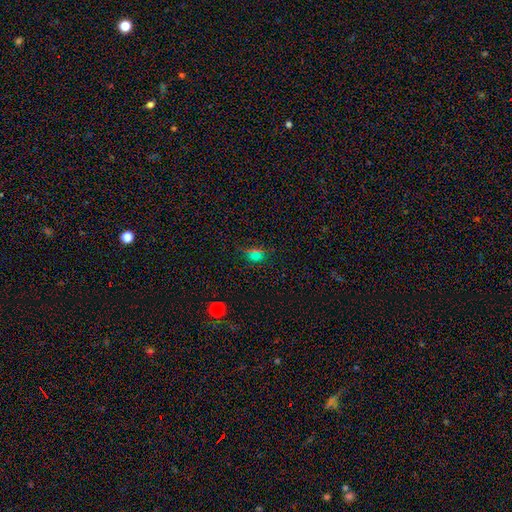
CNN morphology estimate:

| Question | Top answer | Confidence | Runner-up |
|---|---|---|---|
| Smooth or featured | smooth | 51% | star or artifact (41%) |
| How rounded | round | 61% | in between (35%) |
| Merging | none | 78% | minor disturbance (12%) |